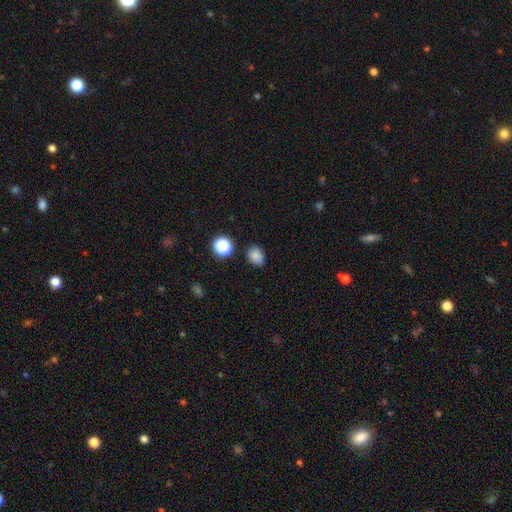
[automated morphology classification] Smooth or featured? Predicted: smooth (p=0.81). How rounded? Predicted: in between (p=0.55). Merging? Predicted: none (p=0.79).